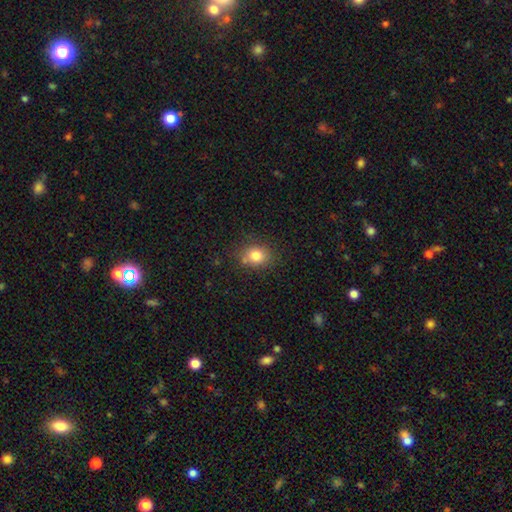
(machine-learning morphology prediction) Smooth or featured? Predicted: smooth (p=0.81). How rounded? Predicted: round (p=0.60). Merging? Predicted: none (p=0.76).